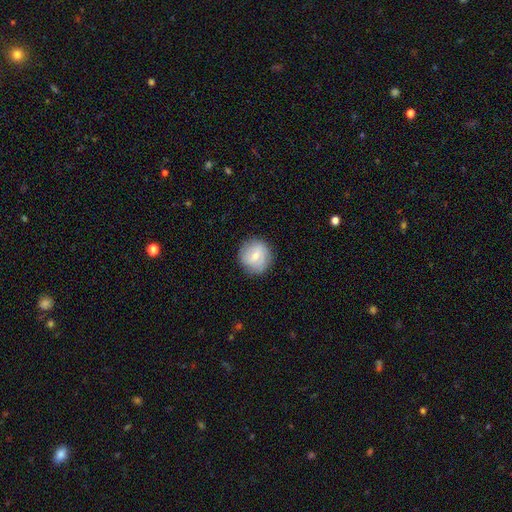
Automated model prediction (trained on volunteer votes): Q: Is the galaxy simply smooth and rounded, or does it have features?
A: smooth — 58%.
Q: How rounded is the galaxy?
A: round — 89%.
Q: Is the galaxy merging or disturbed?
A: none — 84%.